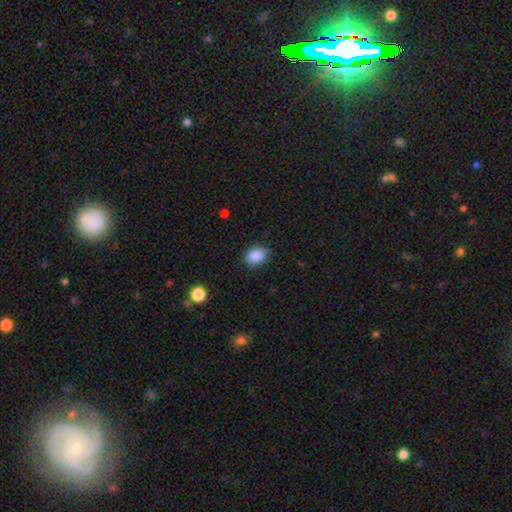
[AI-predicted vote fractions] smooth_or_featured: smooth (p=0.88) [alt: star or artifact p=0.08]
how_rounded: in between (p=0.71) [alt: round p=0.28]
merging: none (p=0.81) [alt: minor disturbance p=0.14]